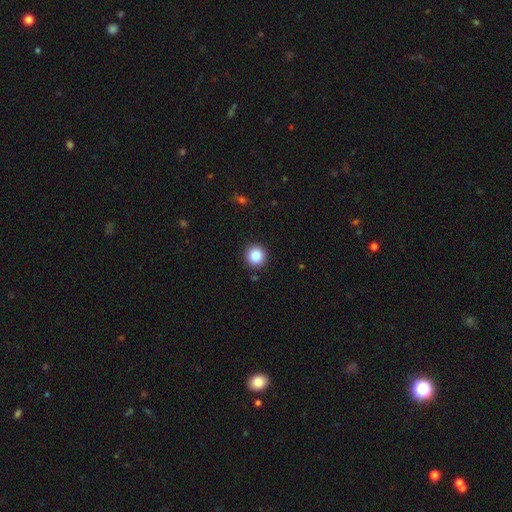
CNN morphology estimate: Smooth or featured?
  - smooth: 86% *
  - star or artifact: 10%
  - featured or disk: 4%
How rounded?
  - round: 94% *
  - in between: 5%
  - cigar-shaped: 1%
Merging?
  - none: 91% *
  - minor disturbance: 6%
  - major disturbance: 2%
  - merger: 1%